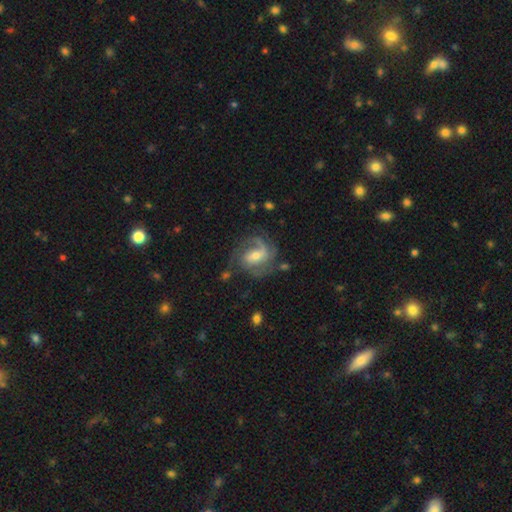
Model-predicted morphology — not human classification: Q: Smooth or featured?
A: featured or disk (83%); runner-up: smooth (11%)
Q: Edge-on disk?
A: no (97%); runner-up: yes (3%)
Q: Bar?
A: weak (51%); runner-up: no (27%)
Q: Spiral arms?
A: yes (95%); runner-up: no (5%)
Q: Spiral winding?
A: medium (48%); runner-up: tight (33%)
Q: Spiral arm count?
A: 2 (44%); runner-up: 3 (23%)
Q: Bulge size?
A: moderate (52%); runner-up: small (39%)
Q: Merging?
A: none (64%); runner-up: minor disturbance (20%)